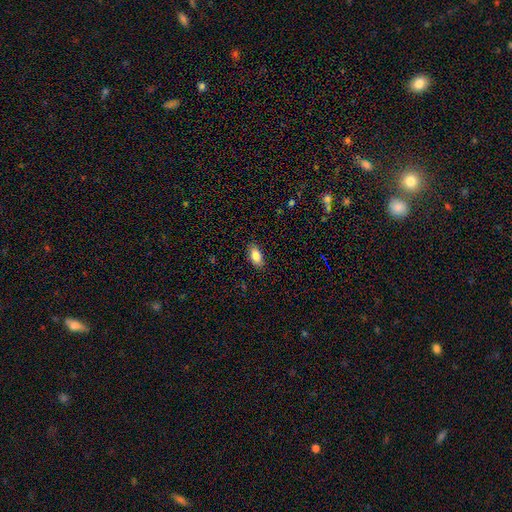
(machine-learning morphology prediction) A smooth galaxy with no disk features (85%) that is in between round and cigar-shaped (91%).

Vote fractions:
- Smooth or featured? smooth: 85% / featured or disk: 8% / star or artifact: 7%
- How rounded? in between: 91% / cigar-shaped: 5% / round: 4%
- Merging? none: 87% / minor disturbance: 10% / major disturbance: 2% / merger: 1%